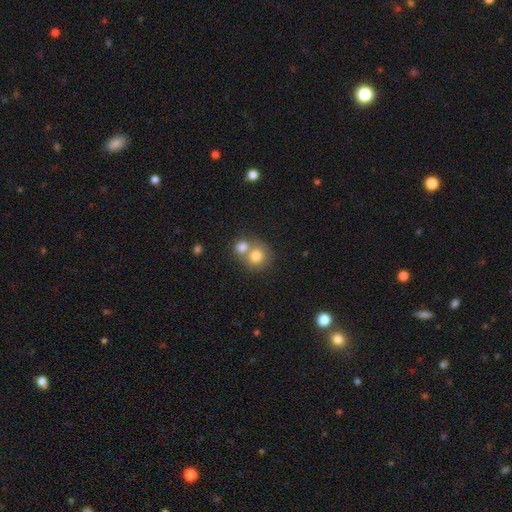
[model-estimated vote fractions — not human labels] Smooth or featured: smooth — 77% (featured or disk — 13%)
How rounded: round — 83% (in between — 16%)
Merging: merger — 54% (none — 37%)